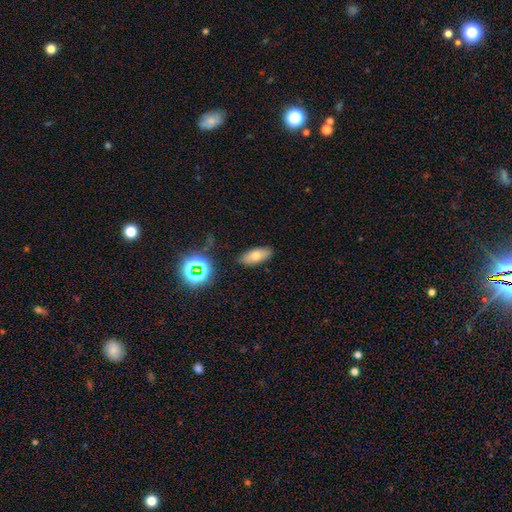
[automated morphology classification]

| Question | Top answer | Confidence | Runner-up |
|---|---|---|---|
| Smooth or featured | smooth | 70% | featured or disk (17%) |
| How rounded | in between | 79% | cigar-shaped (17%) |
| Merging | none | 86% | minor disturbance (10%) |